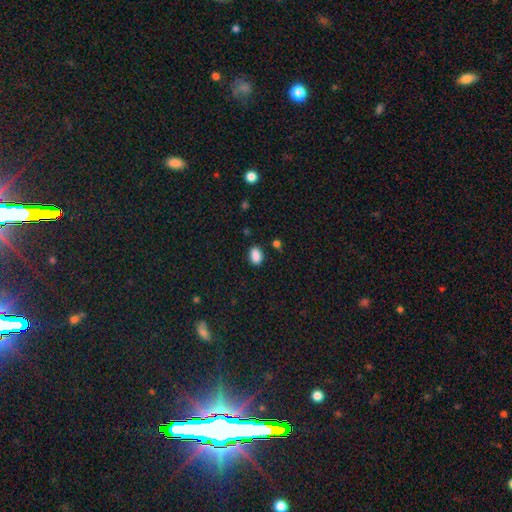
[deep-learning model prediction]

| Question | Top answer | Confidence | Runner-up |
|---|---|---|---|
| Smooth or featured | smooth | 87% | star or artifact (9%) |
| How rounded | in between | 81% | round (18%) |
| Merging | none | 84% | minor disturbance (11%) |